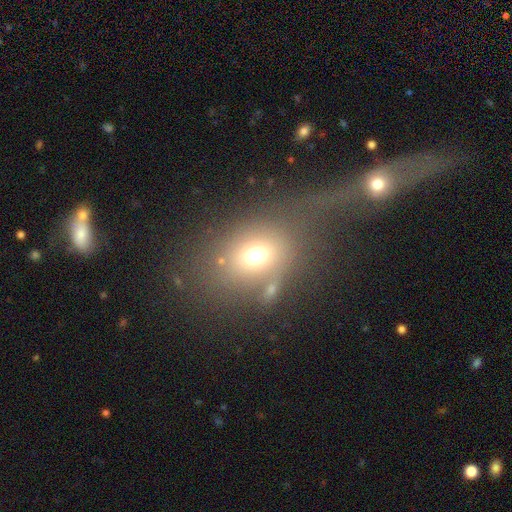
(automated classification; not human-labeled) smooth-or-featured: smooth: 67% | star or artifact: 17% | featured or disk: 16%
  how-rounded: round: 50% | in between: 48% | cigar-shaped: 2%
  merging: none: 57% | major disturbance: 16% | minor disturbance: 15% | merger: 13%